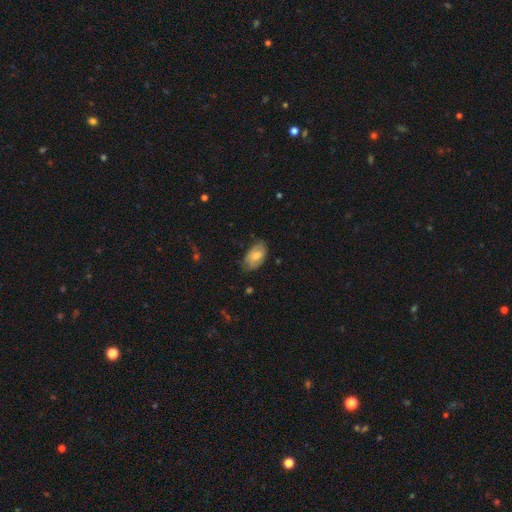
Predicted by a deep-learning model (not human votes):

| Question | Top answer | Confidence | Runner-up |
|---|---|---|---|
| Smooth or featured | smooth | 67% | featured or disk (26%) |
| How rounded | in between | 93% | round (6%) |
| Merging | none | 69% | minor disturbance (25%) |